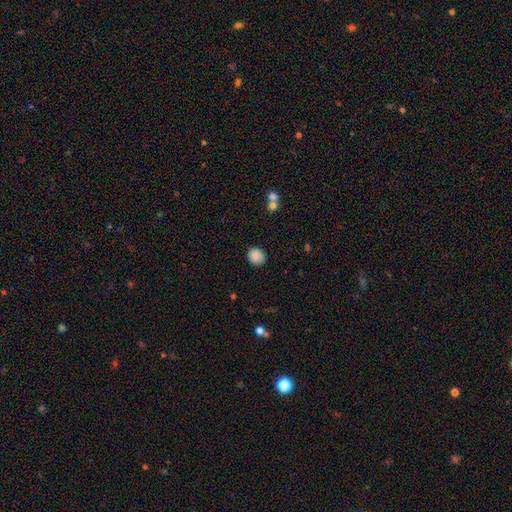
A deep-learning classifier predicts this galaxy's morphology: smooth-or-featured: smooth: 87% | star or artifact: 8% | featured or disk: 5%
  how-rounded: round: 78% | in between: 21% | cigar-shaped: 1%
  merging: none: 87% | minor disturbance: 9% | major disturbance: 2% | merger: 2%